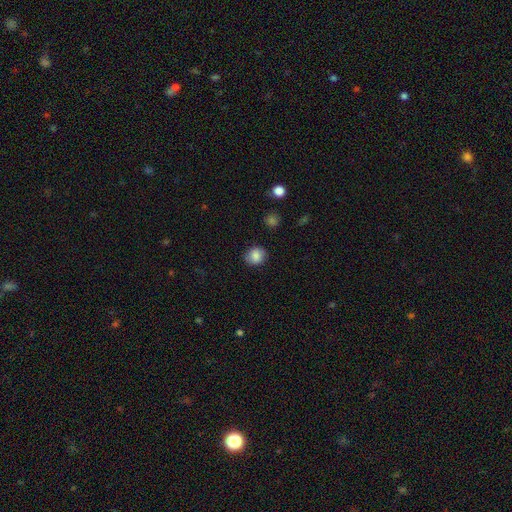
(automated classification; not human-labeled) A smooth galaxy with no disk features (86%) that is round (79%). Merging: none (85%).